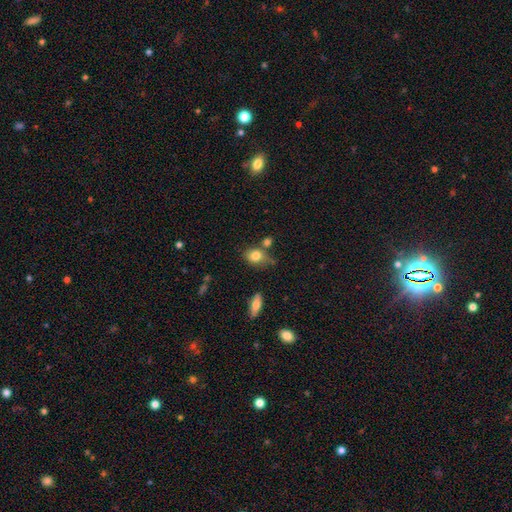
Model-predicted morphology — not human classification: This appears to be a smooth galaxy with no disk features (81%) that is in between round and cigar-shaped (56%). Merging: none (52%).